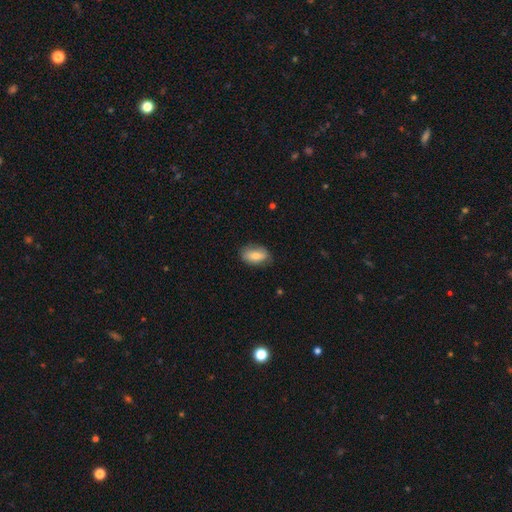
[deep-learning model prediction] A smooth galaxy with no disk features (77%) that is in between round and cigar-shaped (89%). Merging: none (75%).